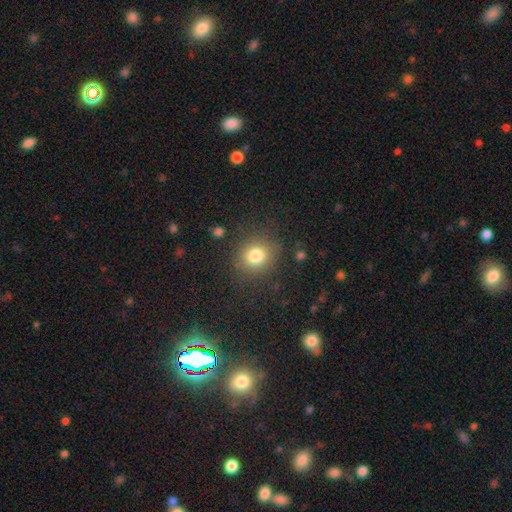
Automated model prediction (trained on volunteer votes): A smooth galaxy with no disk features (80%) that is round (76%).

Vote fractions:
- Smooth or featured? smooth: 80% / star or artifact: 12% / featured or disk: 8%
- How rounded? round: 76% / in between: 23% / cigar-shaped: 1%
- Merging? none: 84% / minor disturbance: 10% / major disturbance: 4% / merger: 2%